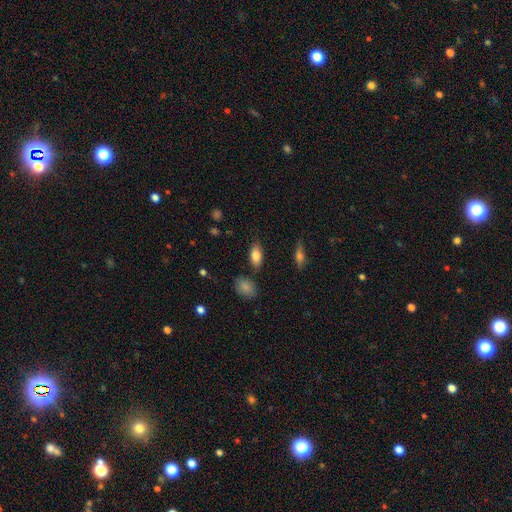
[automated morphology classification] type=smooth (81%); roundness=in between (88%); merging=none (79%).